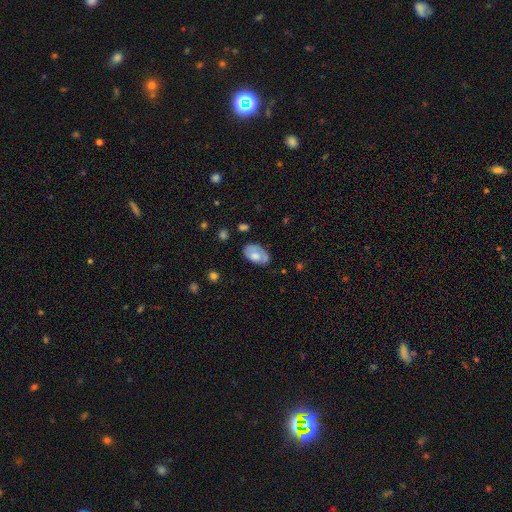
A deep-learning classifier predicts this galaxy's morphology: This is possibly a smooth galaxy (57%). How rounded: clearly in between (92%). Merging: likely none (62%).